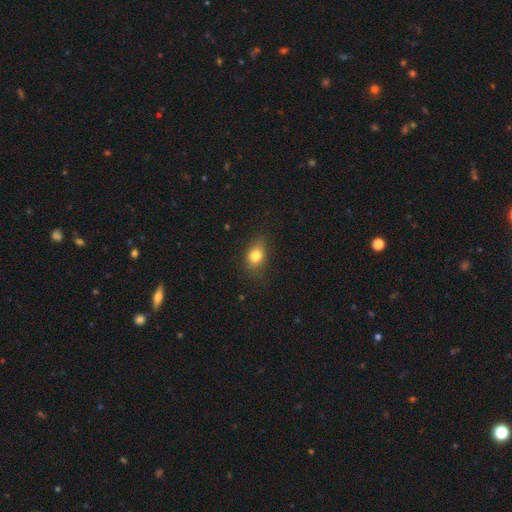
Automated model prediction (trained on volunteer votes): Smooth or featured? smooth (78%)
How rounded? in between (64%)
Merging? none (72%)